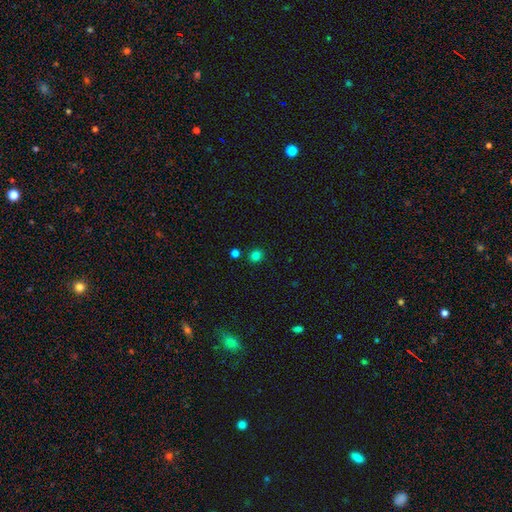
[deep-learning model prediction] This appears to be a smooth galaxy with no disk features (80%) that is round (84%). Merging: none (87%).